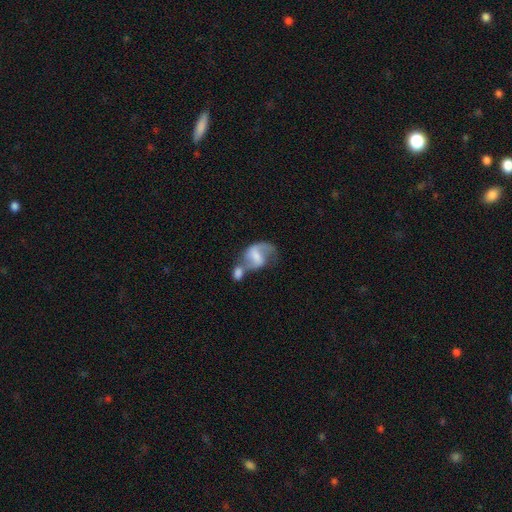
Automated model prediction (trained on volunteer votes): Smooth or featured: featured or disk — 64% (smooth — 28%)
Edge-on disk: no — 97% (yes — 3%)
Bar: weak — 46% (strong — 27%)
Spiral arms: yes — 82% (no — 18%)
Spiral winding: loose — 53% (medium — 36%)
Spiral arm count: 2 — 74% (1 — 16%)
Bulge size: small — 32% (moderate — 31%)
Merging: merger — 56% (none — 20%)